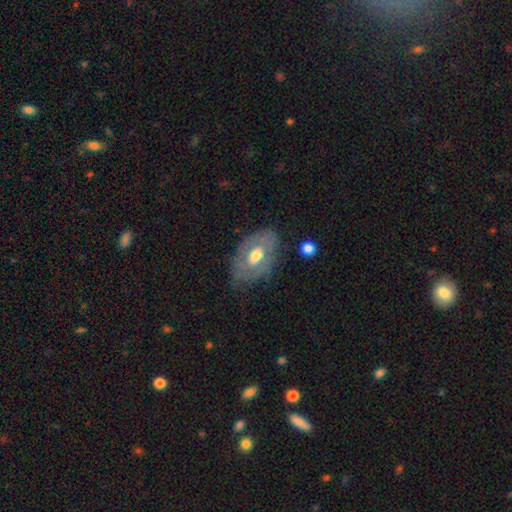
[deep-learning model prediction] Morphology: type=featured or disk (60%); edge-on=no (91%); bar=no (72%); spiral arms=no (60%); bulge=moderate (65%); merging=none (67%).